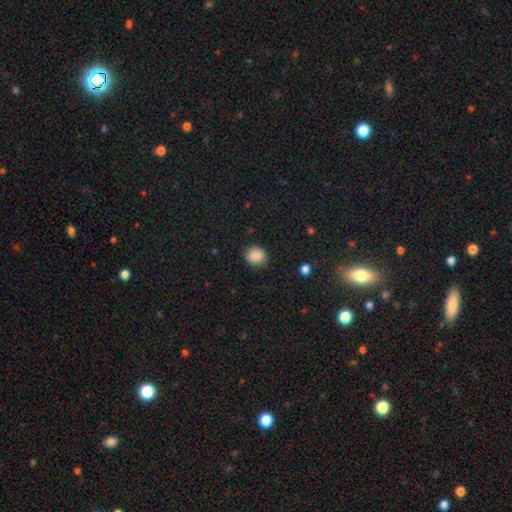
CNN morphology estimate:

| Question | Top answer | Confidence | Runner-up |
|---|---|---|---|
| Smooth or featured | smooth | 88% | star or artifact (9%) |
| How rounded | round | 84% | in between (15%) |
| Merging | none | 88% | minor disturbance (8%) |